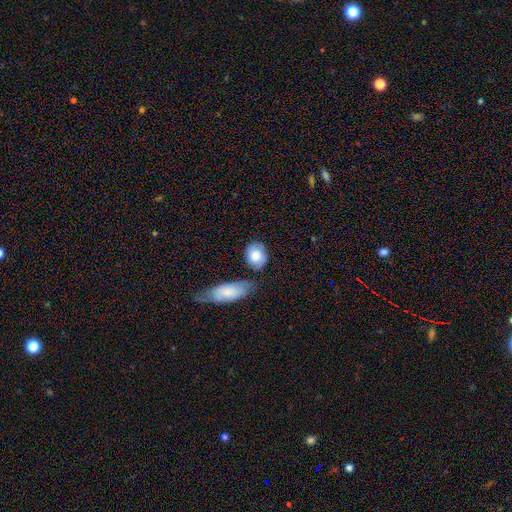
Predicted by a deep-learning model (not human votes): Smooth or featured: smooth — 79% (featured or disk — 15%)
How rounded: in between — 53% (round — 44%)
Merging: none — 58% (minor disturbance — 20%)